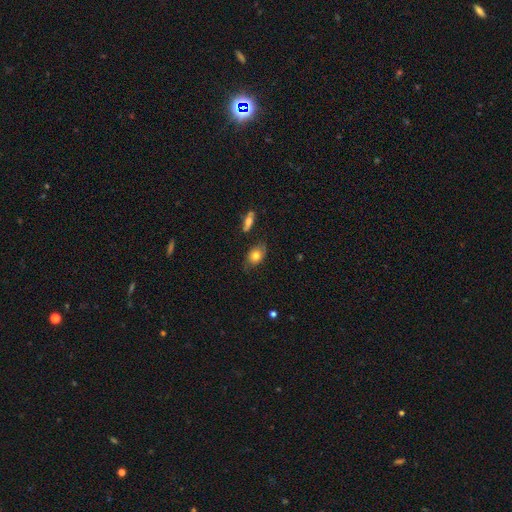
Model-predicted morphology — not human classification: A smooth galaxy with no disk features (73%) that is in between round and cigar-shaped (75%).

Vote fractions:
- Smooth or featured? smooth: 73% / featured or disk: 18% / star or artifact: 9%
- How rounded? in between: 75% / round: 22% / cigar-shaped: 3%
- Merging? none: 71% / minor disturbance: 21% / major disturbance: 5% / merger: 3%